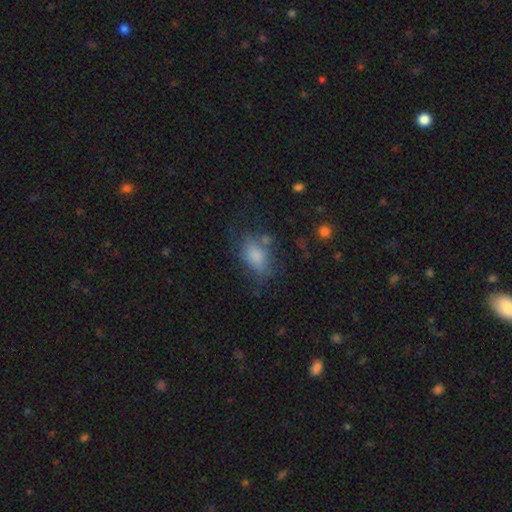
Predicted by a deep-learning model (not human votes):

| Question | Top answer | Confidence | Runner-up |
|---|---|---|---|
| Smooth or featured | smooth | 76% | featured or disk (15%) |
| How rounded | in between | 86% | round (11%) |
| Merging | none | 50% | minor disturbance (26%) |